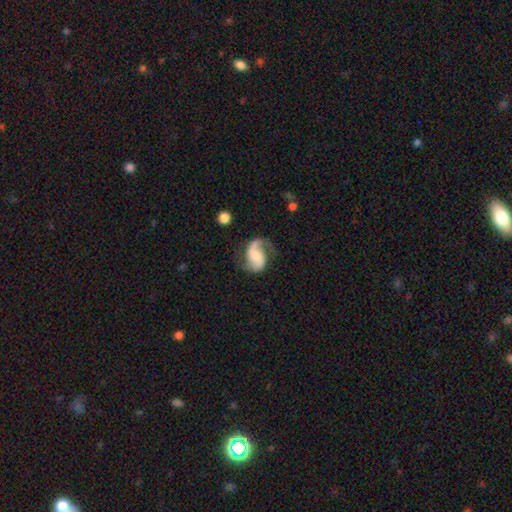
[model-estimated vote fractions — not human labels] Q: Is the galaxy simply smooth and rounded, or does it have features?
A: featured or disk — 84%.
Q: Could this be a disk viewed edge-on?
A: no — 98%.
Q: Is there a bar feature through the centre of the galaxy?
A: no — 50%.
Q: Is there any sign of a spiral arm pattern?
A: yes — 97%.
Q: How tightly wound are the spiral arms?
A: loose — 46%.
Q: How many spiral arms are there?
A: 2 — 88%.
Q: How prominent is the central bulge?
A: small — 30%.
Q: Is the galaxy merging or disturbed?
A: none — 68%.